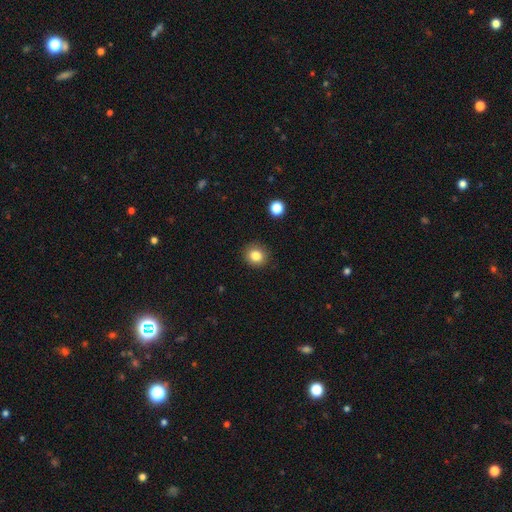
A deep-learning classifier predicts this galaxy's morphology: The model was most divided on "how rounded": round: 84%, in between: 15%, cigar-shaped: 1%. More confident: merging — none (90%); smooth or featured — smooth (84%).